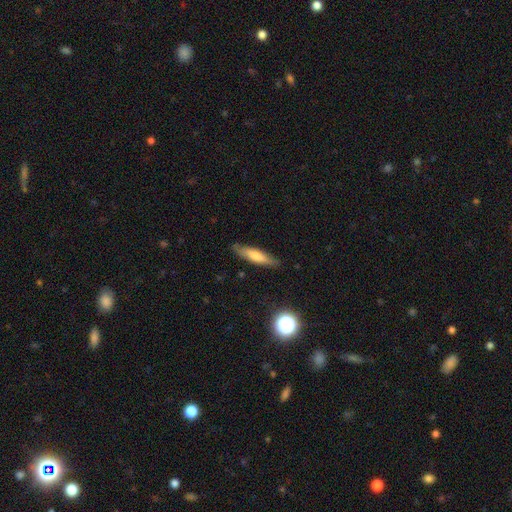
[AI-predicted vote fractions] A smooth galaxy with no disk features (63%) that is cigar-shaped (79%).

Vote fractions:
- Smooth or featured? smooth: 63% / featured or disk: 30% / star or artifact: 7%
- How rounded? cigar-shaped: 79% / in between: 19% / round: 2%
- Merging? none: 83% / minor disturbance: 13% / major disturbance: 2% / merger: 1%